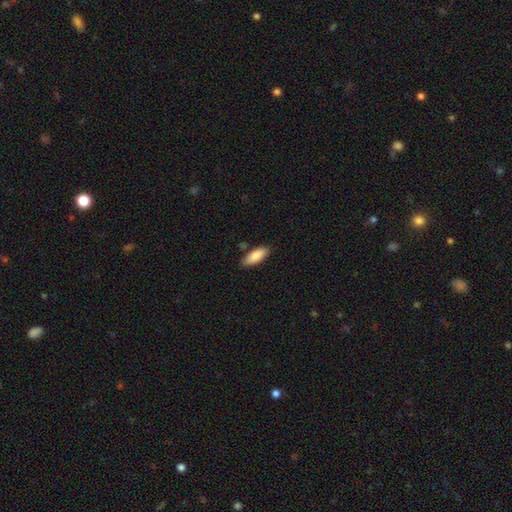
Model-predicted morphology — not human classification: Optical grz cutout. It shows a smooth galaxy with no disk features (86%) that is in between round and cigar-shaped (74%). Merging: none (81%).